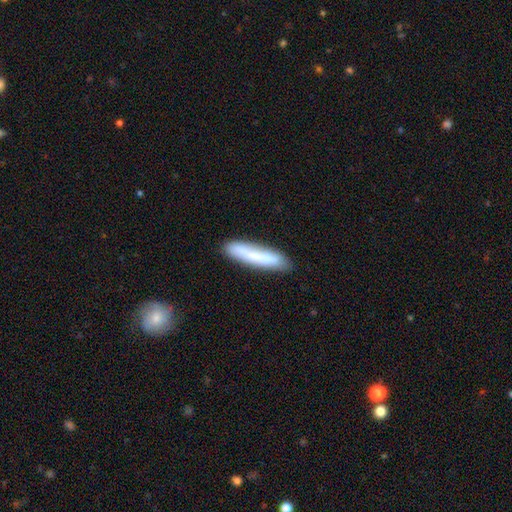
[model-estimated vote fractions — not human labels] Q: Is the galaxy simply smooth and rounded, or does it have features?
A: smooth — 71%.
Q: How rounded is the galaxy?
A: cigar-shaped — 87%.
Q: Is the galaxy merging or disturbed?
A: none — 80%.